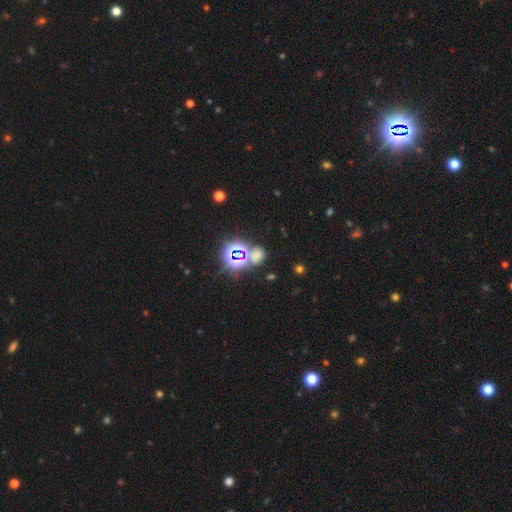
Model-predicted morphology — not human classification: smooth_or_featured: star or artifact (p=0.54) [alt: smooth p=0.38]